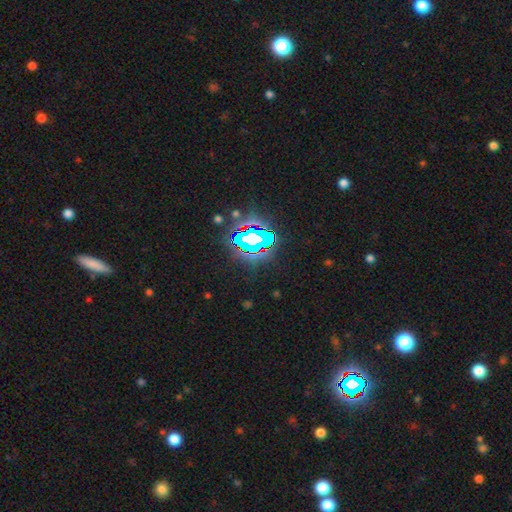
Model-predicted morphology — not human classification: A star or artifact, not a galaxy (82%).